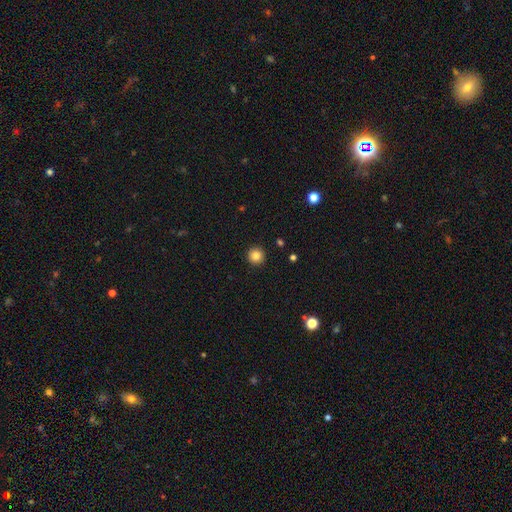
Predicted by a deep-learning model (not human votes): Morphology: type=smooth (84%); roundness=round (95%); merging=none (93%).